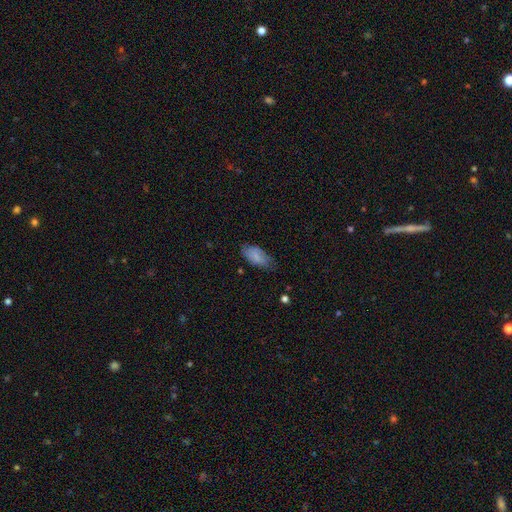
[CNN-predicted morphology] Smooth or featured? Predicted: smooth (p=0.78). How rounded? Predicted: in between (p=0.93). Merging? Predicted: none (p=0.63).